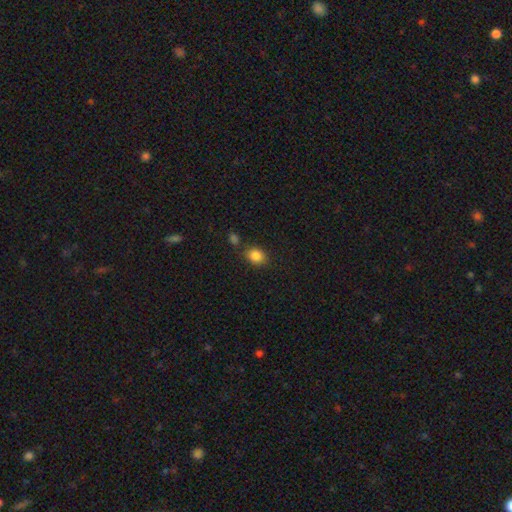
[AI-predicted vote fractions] A smooth galaxy with no disk features (85%) that is round (54%).

Vote fractions:
- Smooth or featured? smooth: 85% / star or artifact: 10% / featured or disk: 5%
- How rounded? round: 54% / in between: 45% / cigar-shaped: 1%
- Merging? none: 73% / minor disturbance: 13% / merger: 9% / major disturbance: 4%